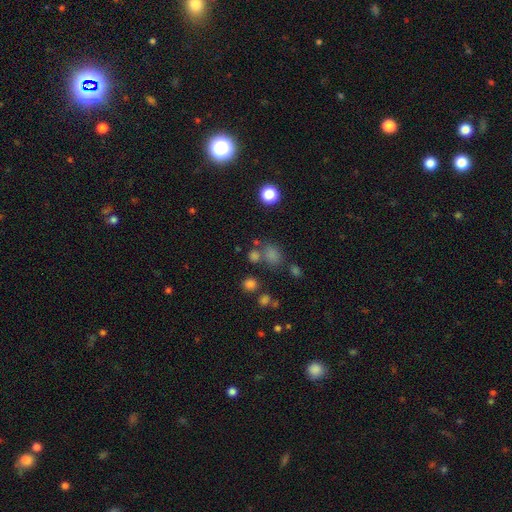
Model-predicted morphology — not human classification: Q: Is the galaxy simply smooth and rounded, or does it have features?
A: smooth — 66%.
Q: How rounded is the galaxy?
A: round — 68%.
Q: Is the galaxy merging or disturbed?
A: none — 64%.